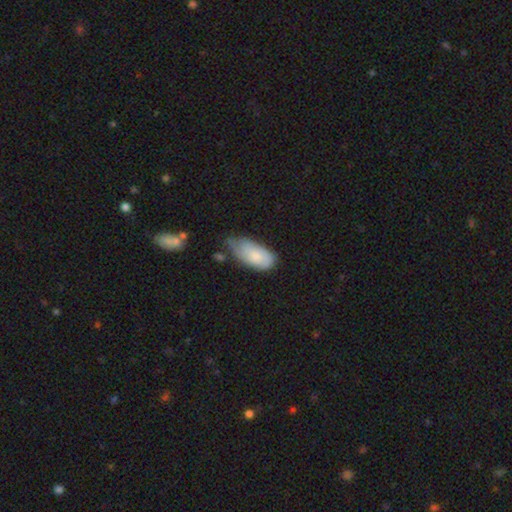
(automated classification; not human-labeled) The model was most divided on "merging": minor disturbance: 48%, none: 31%, major disturbance: 16%, merger: 4%. More confident: how rounded — in between (92%); smooth or featured — smooth (74%).